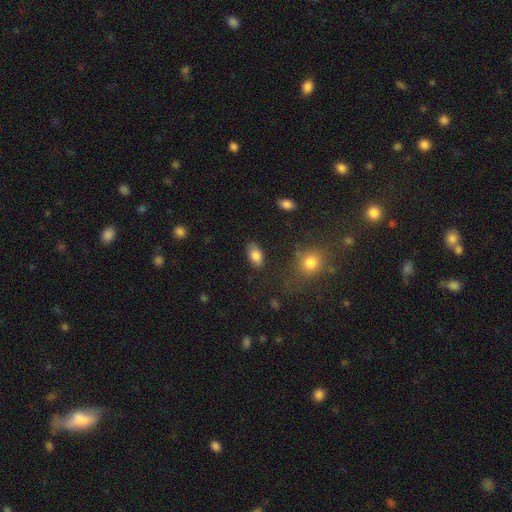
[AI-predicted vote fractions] smooth_or_featured: smooth (p=0.83) [alt: featured or disk p=0.09]
how_rounded: in between (p=0.91) [alt: round p=0.07]
merging: none (p=0.78) [alt: minor disturbance p=0.15]